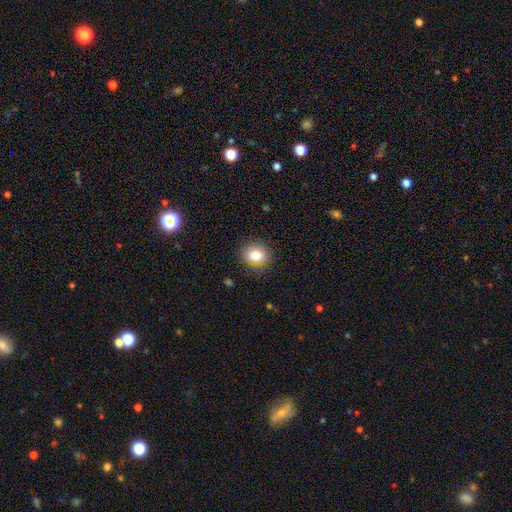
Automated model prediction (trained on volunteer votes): The model was most divided on "how rounded": round: 76%, in between: 23%, cigar-shaped: 1%. More confident: merging — none (86%); smooth or featured — smooth (81%).